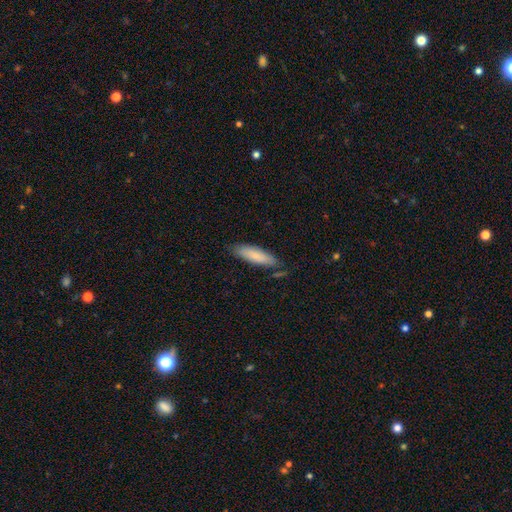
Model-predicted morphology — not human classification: This is clearly a smooth galaxy (83%). How rounded: likely cigar-shaped (61%). Merging: likely none (76%).